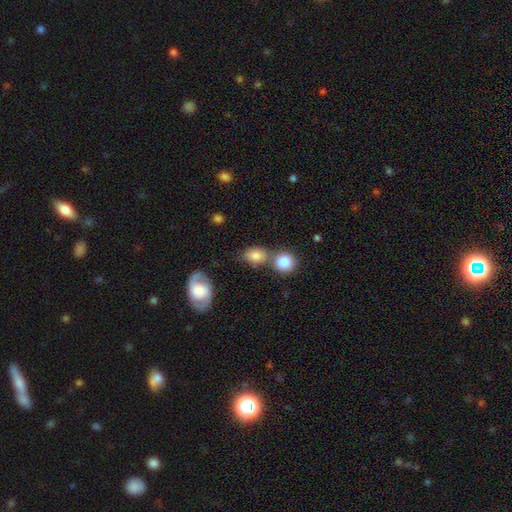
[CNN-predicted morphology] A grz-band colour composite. It shows a smooth galaxy with no disk features (80%) that is in between round and cigar-shaped (69%). Merging: none (48%).